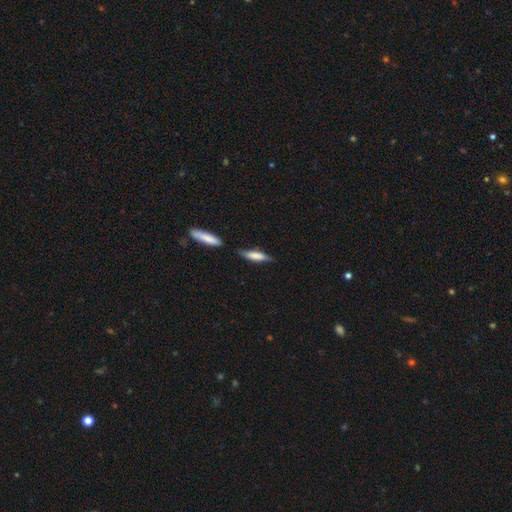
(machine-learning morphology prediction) Smooth or featured: smooth — 72% (featured or disk — 22%)
How rounded: cigar-shaped — 73% (in between — 26%)
Merging: none — 67% (minor disturbance — 18%)